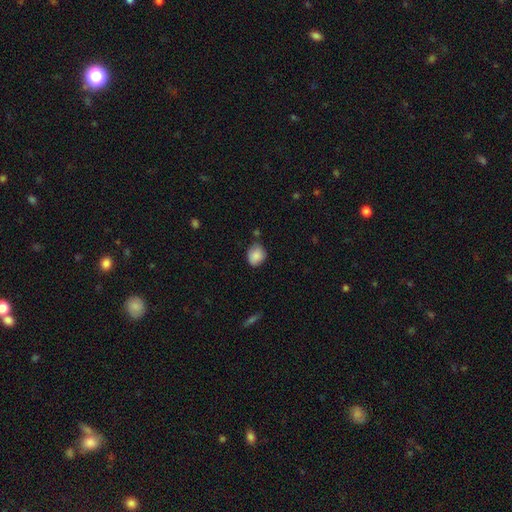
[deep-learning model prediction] Smooth or featured: smooth — 87% (star or artifact — 8%)
How rounded: round — 59% (in between — 40%)
Merging: none — 71% (minor disturbance — 21%)